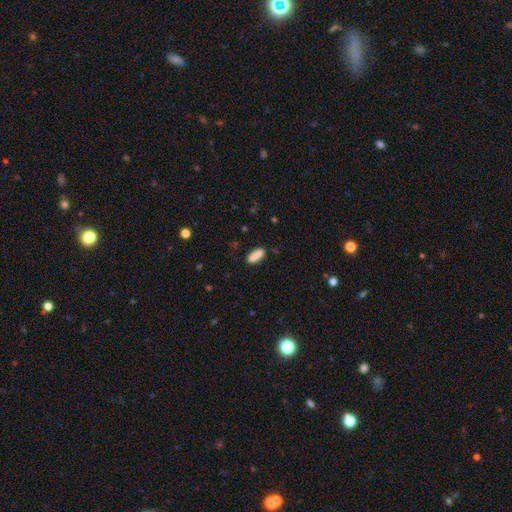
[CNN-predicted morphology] This appears to be a smooth galaxy with no disk features (85%) that is in between round and cigar-shaped (60%). Merging: none (78%).